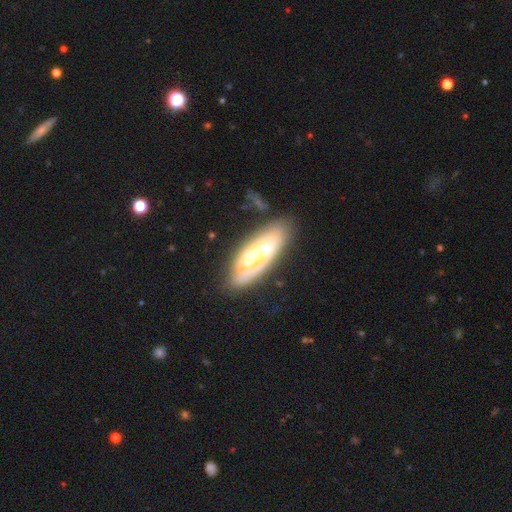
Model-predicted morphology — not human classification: smooth_or_featured: featured or disk (p=0.61) [alt: smooth p=0.31]
disk_edge_on: no (p=0.78) [alt: yes p=0.22]
merging: none (p=0.63) [alt: minor disturbance p=0.21]